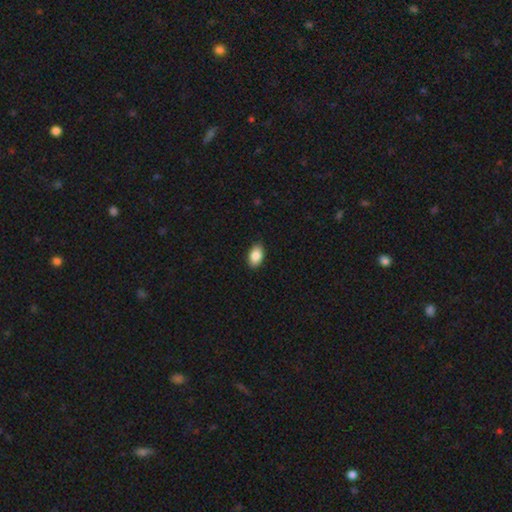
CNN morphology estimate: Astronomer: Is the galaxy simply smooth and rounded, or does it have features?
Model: smooth — 88%.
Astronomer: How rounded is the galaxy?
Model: in between — 92%.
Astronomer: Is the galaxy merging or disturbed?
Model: none — 90%.